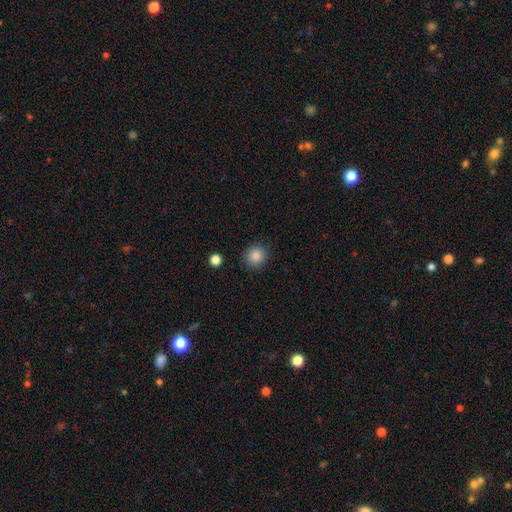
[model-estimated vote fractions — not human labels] smooth-or-featured: smooth: 87% | star or artifact: 10% | featured or disk: 4%
  how-rounded: round: 89% | in between: 10% | cigar-shaped: 1%
  merging: none: 89% | minor disturbance: 7% | major disturbance: 2% | merger: 1%